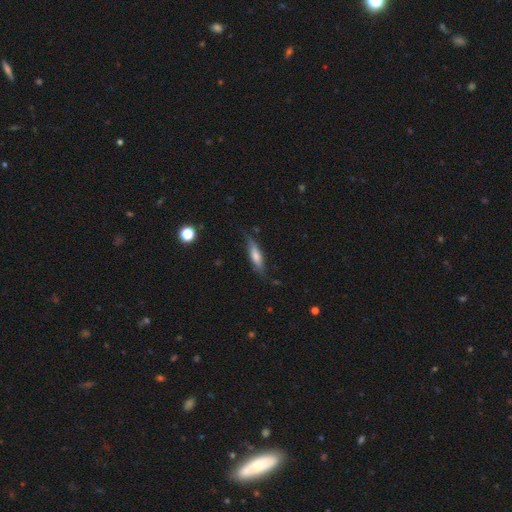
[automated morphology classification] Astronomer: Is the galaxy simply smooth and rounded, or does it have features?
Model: smooth — 53% (runner-up: featured or disk, 40%).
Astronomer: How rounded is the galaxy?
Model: cigar-shaped — 75%.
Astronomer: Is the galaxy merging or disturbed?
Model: none — 74%.